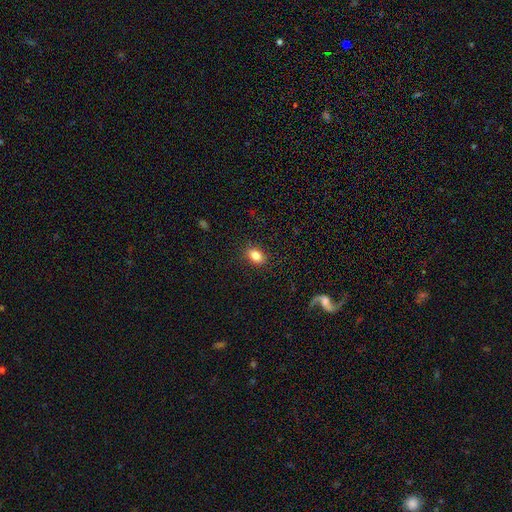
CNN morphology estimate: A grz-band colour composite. It shows a smooth galaxy with no disk features (84%) that is in between round and cigar-shaped (79%). Merging: none (88%).